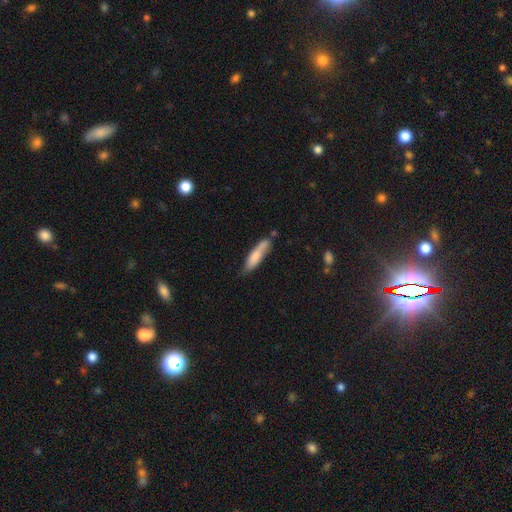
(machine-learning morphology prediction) A smooth galaxy with no disk features (74%) that is cigar-shaped (75%).

Vote fractions:
- Smooth or featured? smooth: 74% / featured or disk: 20% / star or artifact: 6%
- How rounded? cigar-shaped: 75% / in between: 23% / round: 1%
- Merging? none: 60% / minor disturbance: 25% / merger: 9% / major disturbance: 6%